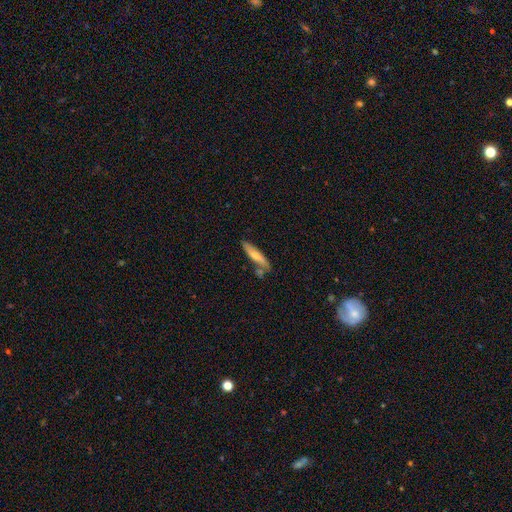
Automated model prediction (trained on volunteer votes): smooth 63%, featured or disk 32%, star or artifact 6%. Down the decision tree: how rounded — cigar-shaped (82%); merging — none (68%).